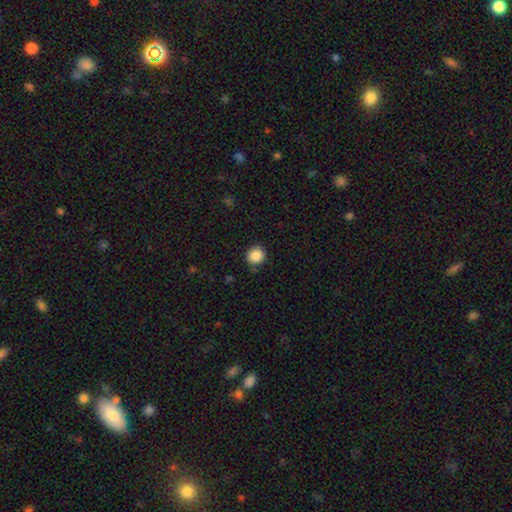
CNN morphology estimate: smooth 87%, star or artifact 9%, featured or disk 3%. Down the decision tree: how rounded — round (91%); merging — none (85%).